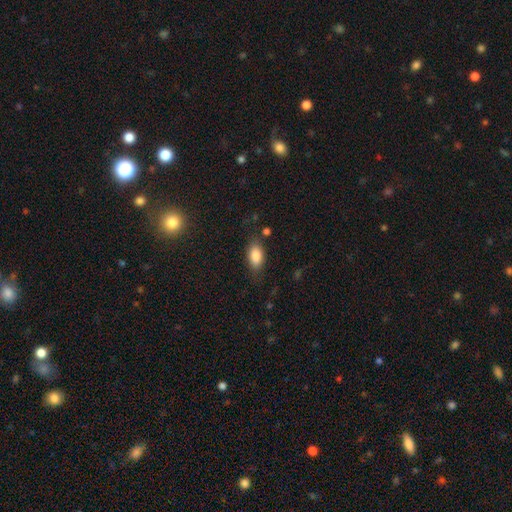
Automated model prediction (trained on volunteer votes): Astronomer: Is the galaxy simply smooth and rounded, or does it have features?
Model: smooth — 84%.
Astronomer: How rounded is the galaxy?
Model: in between — 89%.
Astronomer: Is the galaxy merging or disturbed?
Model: none — 76%.